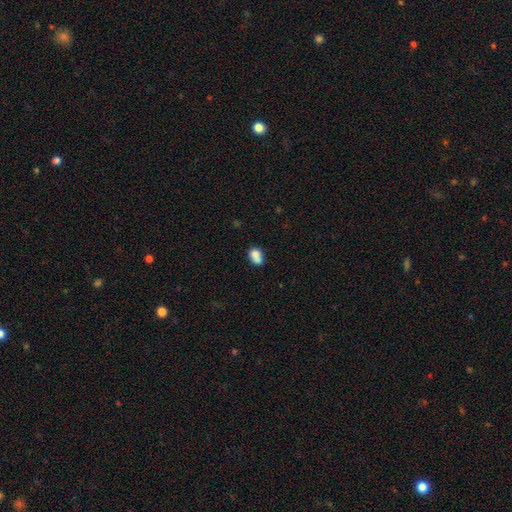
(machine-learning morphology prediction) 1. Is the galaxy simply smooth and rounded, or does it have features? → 77% smooth, 14% featured or disk, 10% star or artifact.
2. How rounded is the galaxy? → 68% in between, 30% round, 2% cigar-shaped.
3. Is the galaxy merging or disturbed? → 39% merger, 37% none, 17% minor disturbance, 6% major disturbance.